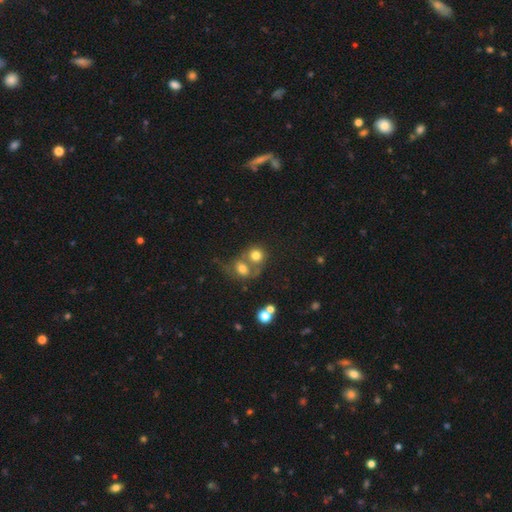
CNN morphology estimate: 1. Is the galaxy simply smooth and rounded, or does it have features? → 74% smooth, 14% featured or disk, 12% star or artifact.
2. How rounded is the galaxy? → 76% round, 23% in between, 1% cigar-shaped.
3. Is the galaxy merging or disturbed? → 54% merger, 32% none, 8% minor disturbance, 6% major disturbance.